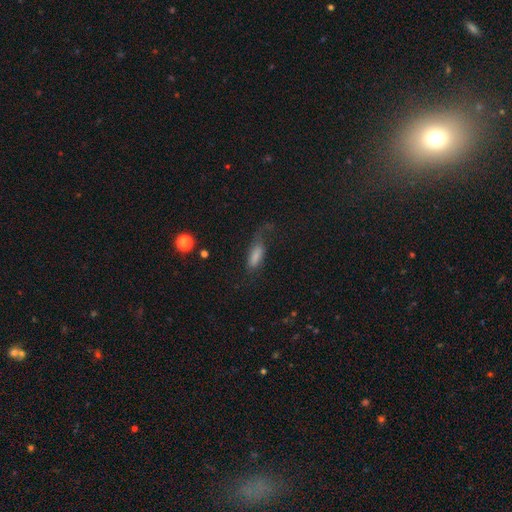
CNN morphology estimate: Smooth or featured?
  - smooth: 73% *
  - featured or disk: 17%
  - star or artifact: 9%
How rounded?
  - in between: 69% *
  - cigar-shaped: 27%
  - round: 4%
Merging?
  - none: 39% *
  - major disturbance: 31%
  - minor disturbance: 27%
  - merger: 3%